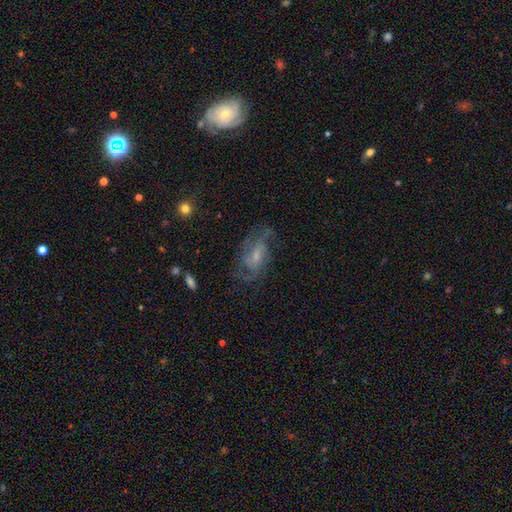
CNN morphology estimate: A featured or disk galaxy (78%) with no bar (47%), medium (48%) spiral arms (92%) and a small central bulge (52%). Merging: none (65%).